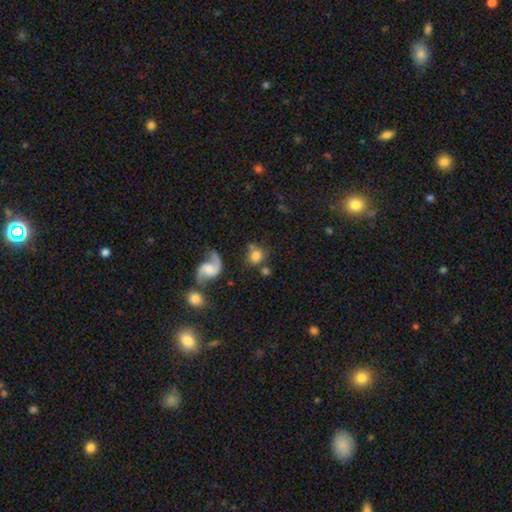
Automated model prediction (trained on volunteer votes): Morphology: type=smooth (67%); roundness=round (81%); merging=none (64%).